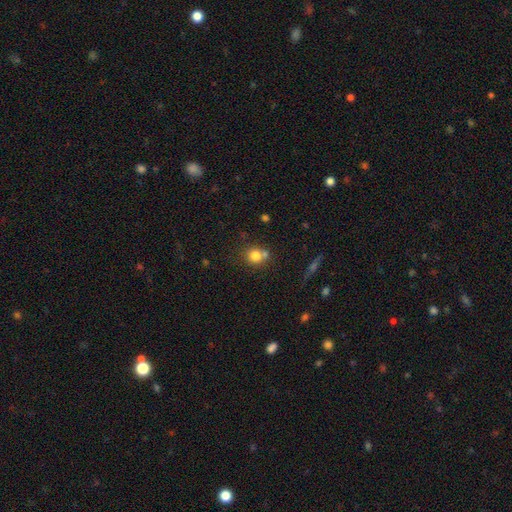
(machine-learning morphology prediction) Smooth or featured?
  - smooth: 78% *
  - star or artifact: 12%
  - featured or disk: 10%
How rounded?
  - round: 84% *
  - in between: 15%
  - cigar-shaped: 1%
Merging?
  - none: 54% *
  - merger: 31%
  - minor disturbance: 10%
  - major disturbance: 4%